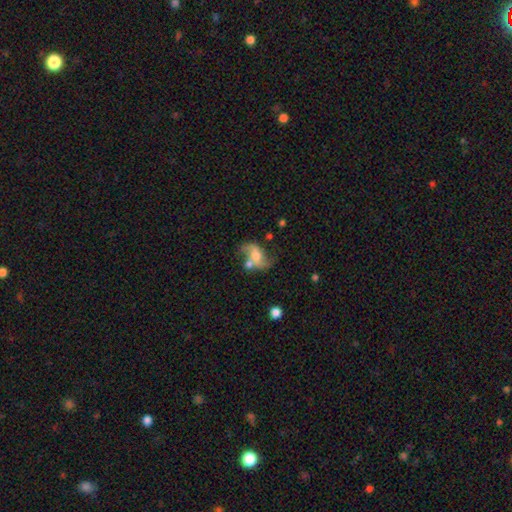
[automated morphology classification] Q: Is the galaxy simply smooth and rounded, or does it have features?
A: featured or disk — 75%.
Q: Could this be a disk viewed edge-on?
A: no — 97%.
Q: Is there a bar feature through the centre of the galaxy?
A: no — 50%.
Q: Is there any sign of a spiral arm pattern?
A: yes — 91%.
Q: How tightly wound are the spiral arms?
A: loose — 74%.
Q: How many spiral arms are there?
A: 2 — 91%.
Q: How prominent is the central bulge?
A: moderate — 49%.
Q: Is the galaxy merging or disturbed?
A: none — 50%.